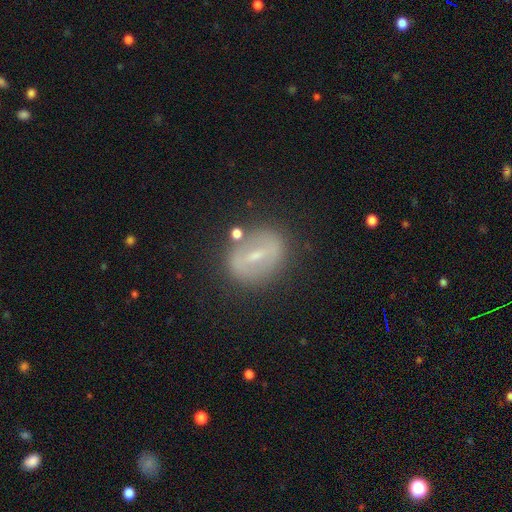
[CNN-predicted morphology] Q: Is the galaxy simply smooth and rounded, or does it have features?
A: featured or disk — 64%.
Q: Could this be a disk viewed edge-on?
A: no — 89%.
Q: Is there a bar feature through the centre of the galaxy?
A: strong — 59%.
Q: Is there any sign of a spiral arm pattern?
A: no — 72%.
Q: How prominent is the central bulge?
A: small — 65%.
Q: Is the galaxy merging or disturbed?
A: none — 79%.